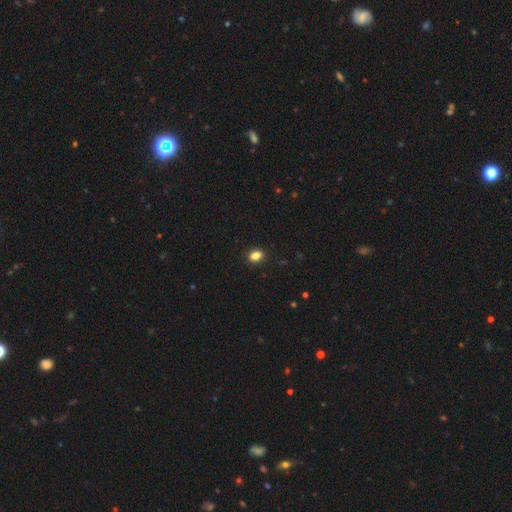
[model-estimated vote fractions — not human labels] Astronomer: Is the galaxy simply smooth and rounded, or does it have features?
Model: smooth — 85%.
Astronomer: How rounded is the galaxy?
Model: in between — 71%.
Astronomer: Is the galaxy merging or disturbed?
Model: none — 90%.